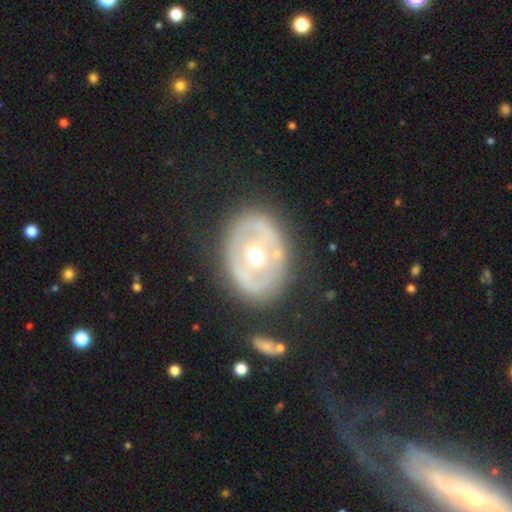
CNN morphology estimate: featured or disk 67%, smooth 27%, star or artifact 6%. Down the decision tree: edge-on disk — no (93%); bar — no (70%); spiral arms — no (81%); bulge size — moderate (77%); merging — none (77%).